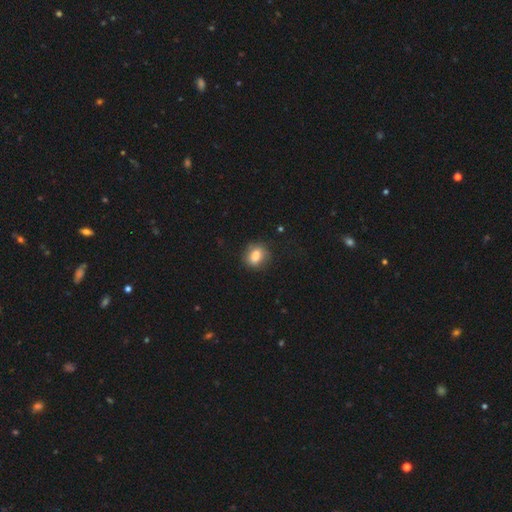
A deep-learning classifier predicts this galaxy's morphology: smooth-or-featured: smooth: 81% | featured or disk: 10% | star or artifact: 9%
  how-rounded: in between: 53% | round: 45% | cigar-shaped: 2%
  merging: none: 76% | minor disturbance: 17% | major disturbance: 5% | merger: 2%